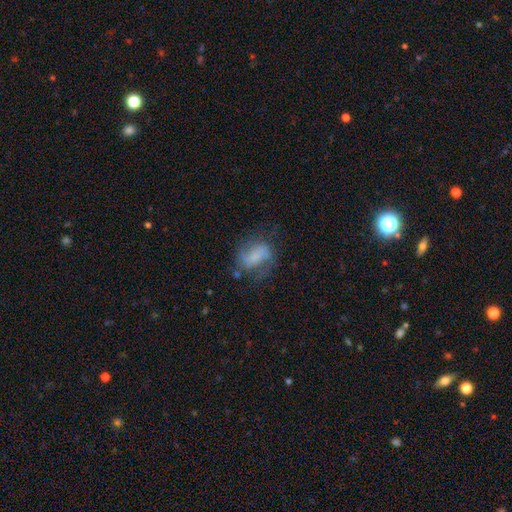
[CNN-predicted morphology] smooth-or-featured: featured or disk: 59% | smooth: 31% | star or artifact: 10%
  disk-edge-on: no: 97% | yes: 3%
    bar: no: 42% | weak: 40% | strong: 18%
    has-spiral-arms: yes: 85% | no: 15%
    bulge-size: none: 37% | small: 29% | moderate: 21% | large: 10% | dominant: 3%
  merging: none: 57% | minor disturbance: 22% | major disturbance: 17% | merger: 3%